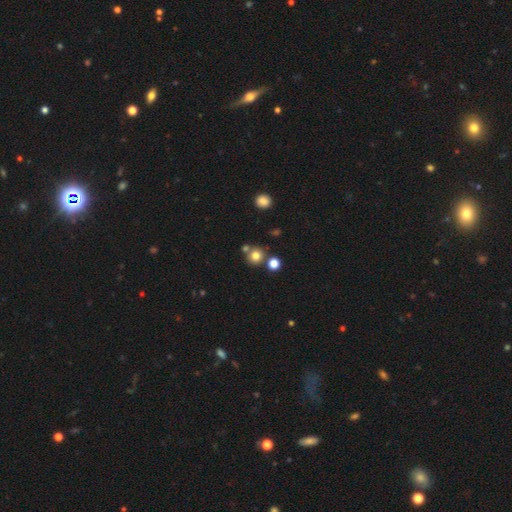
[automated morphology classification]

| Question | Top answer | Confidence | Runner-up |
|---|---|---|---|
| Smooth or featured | smooth | 77% | star or artifact (15%) |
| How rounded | round | 89% | in between (10%) |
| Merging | none | 69% | merger (20%) |